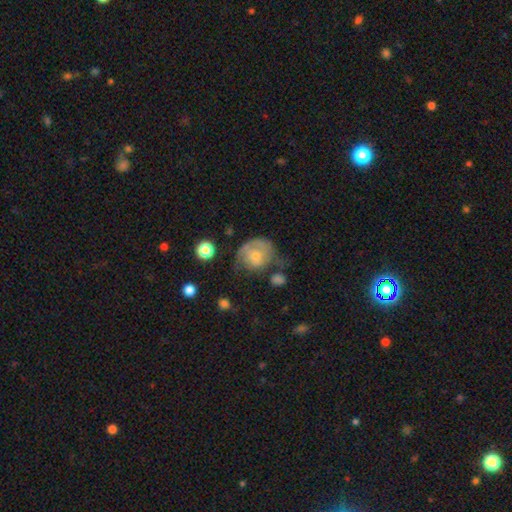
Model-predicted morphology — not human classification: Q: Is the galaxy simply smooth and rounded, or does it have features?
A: featured or disk — 52%.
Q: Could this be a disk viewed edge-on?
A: no — 97%.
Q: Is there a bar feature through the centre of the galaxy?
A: no — 78%.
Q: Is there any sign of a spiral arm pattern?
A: yes — 69%.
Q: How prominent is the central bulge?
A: small — 55%.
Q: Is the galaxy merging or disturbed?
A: none — 35%.